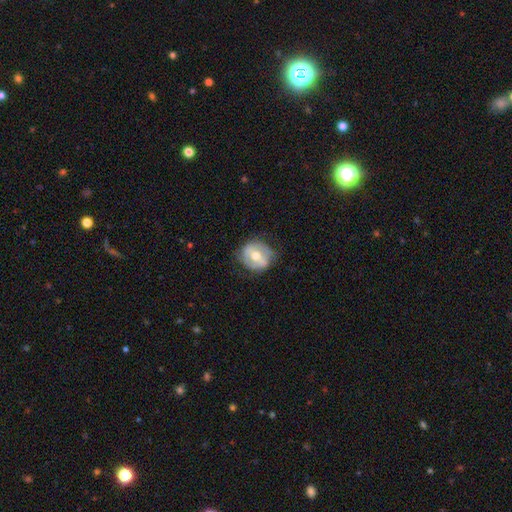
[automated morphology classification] Smooth or featured? featured or disk (55%)
Edge-on disk? no (94%)
Bar? weak (37%)
Spiral arms? no (58%)
Bulge size? moderate (74%)
Merging? none (69%)